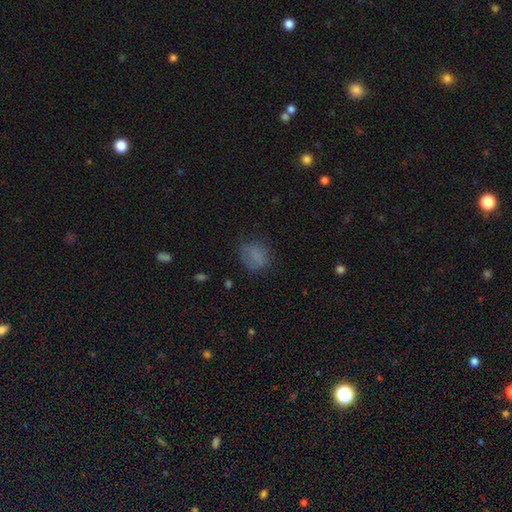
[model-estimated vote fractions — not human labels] Smooth or featured?
  - smooth: 77% *
  - star or artifact: 13%
  - featured or disk: 11%
How rounded?
  - round: 55% *
  - in between: 44%
  - cigar-shaped: 1%
Merging?
  - none: 68% *
  - minor disturbance: 21%
  - major disturbance: 9%
  - merger: 1%